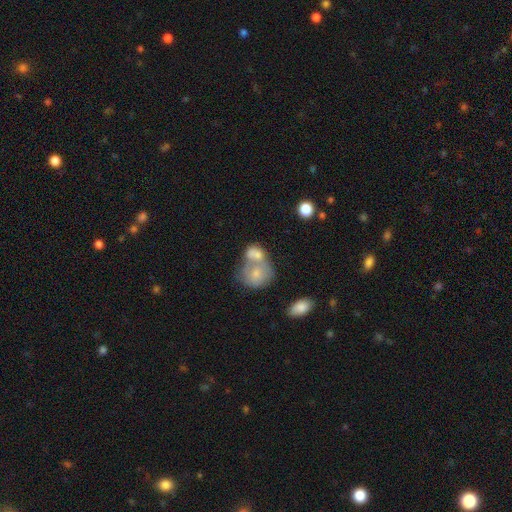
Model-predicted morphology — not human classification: A smooth galaxy with no disk features (63%) that is in between round and cigar-shaped (50%).

Vote fractions:
- Smooth or featured? smooth: 63% / featured or disk: 28% / star or artifact: 9%
- How rounded? in between: 50% / round: 49% / cigar-shaped: 1%
- Merging? merger: 70% / none: 16% / minor disturbance: 8% / major disturbance: 7%